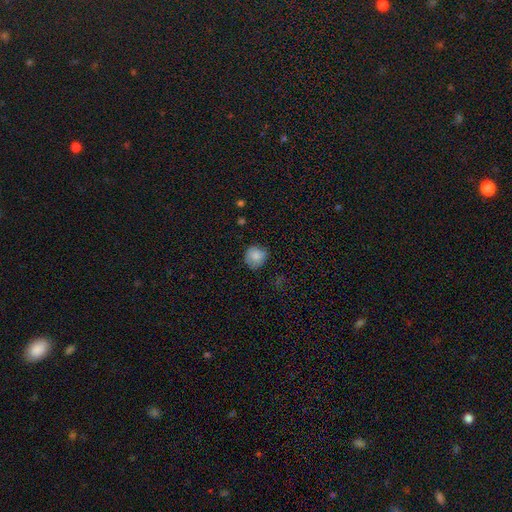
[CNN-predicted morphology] smooth 82%, featured or disk 9%, star or artifact 9%. Down the decision tree: how rounded — round (86%); merging — none (74%).